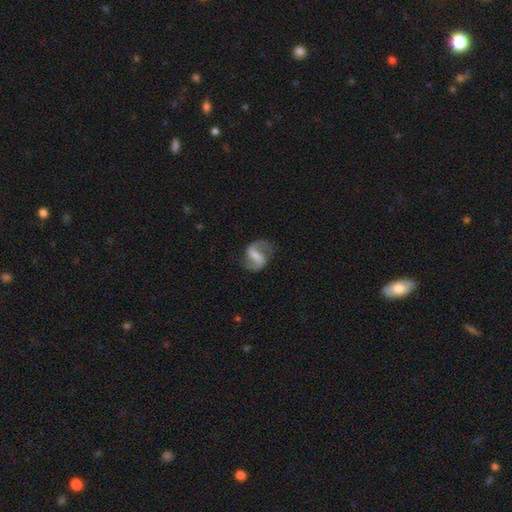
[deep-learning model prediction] A featured or disk galaxy (85%) with a weak bar (44%), 2 (92%) medium (46%) spiral arms (96%) and a small central bulge (39%).

Vote fractions:
- Smooth or featured? featured or disk: 85% / smooth: 10% / star or artifact: 5%
- Edge-on disk? no: 98% / yes: 2%
- Bar? weak: 44% / strong: 40% / no: 16%
- Spiral arms? yes: 96% / no: 4%
- Spiral winding? medium: 46% / loose: 44% / tight: 11%
- Spiral arm count? 2: 92% / can't tell: 2% / 1: 2% / 3: 1% / 4: 1% / more than 4: 1%
- Bulge size? small: 39% / moderate: 33% / none: 21% / large: 5% / dominant: 1%
- Merging? none: 79% / minor disturbance: 13% / major disturbance: 6% / merger: 1%